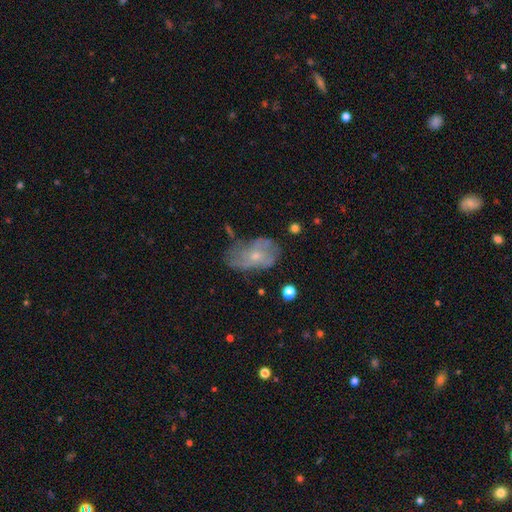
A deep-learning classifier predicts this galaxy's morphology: The model was most divided on "spiral arms": yes: 56%, no: 44%. Remaining: edge-on disk — no (95%); bar — no (83%); bulge size — small (69%); smooth or featured — featured or disk (57%); merging — none (48%).